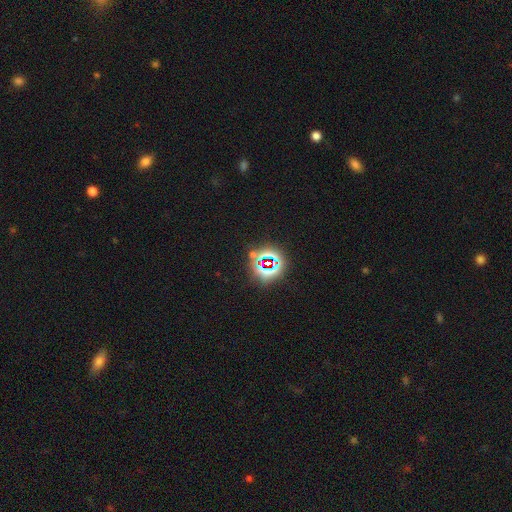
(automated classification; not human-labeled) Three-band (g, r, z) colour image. It shows a star or artifact, not a galaxy (77%).